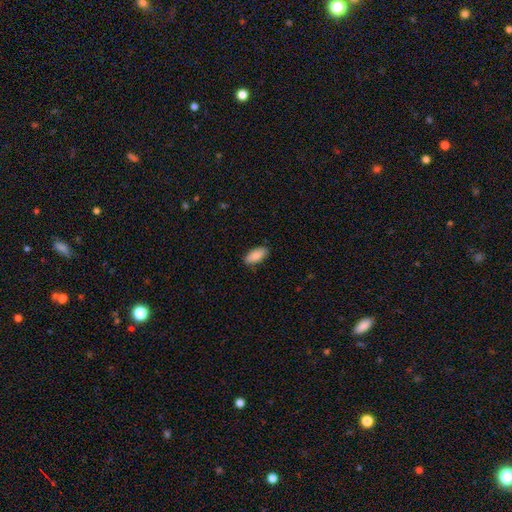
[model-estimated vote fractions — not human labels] Morphology: type=smooth (86%); roundness=in between (88%); merging=none (86%).